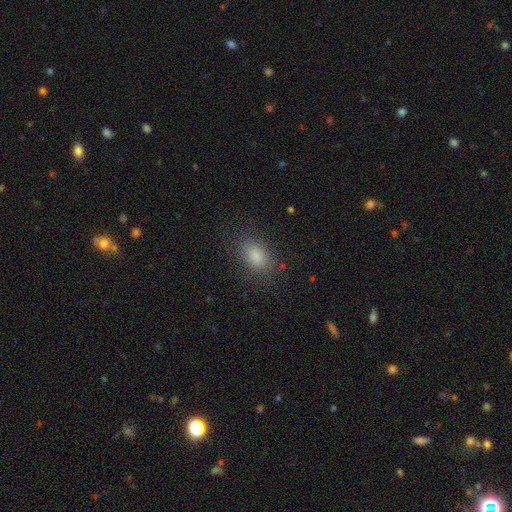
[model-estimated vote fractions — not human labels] smooth_or_featured: smooth (p=0.81) [alt: star or artifact p=0.12]
how_rounded: in between (p=0.77) [alt: round p=0.21]
merging: none (p=0.83) [alt: minor disturbance p=0.12]